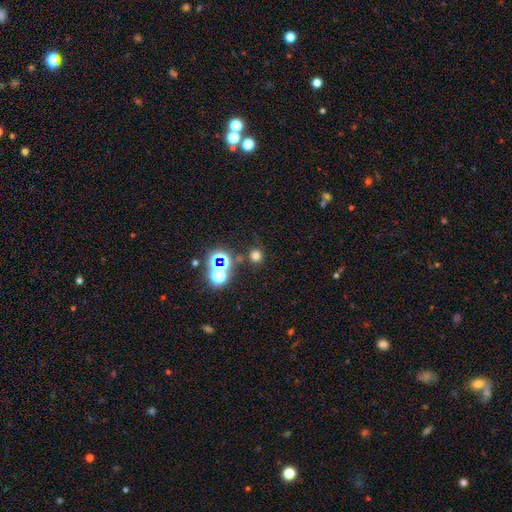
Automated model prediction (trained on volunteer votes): Smooth or featured: smooth — 67% (star or artifact — 27%)
How rounded: round — 92% (in between — 7%)
Merging: none — 83% (minor disturbance — 8%)